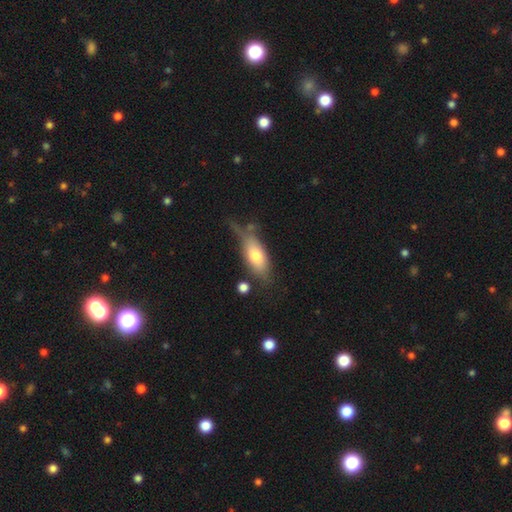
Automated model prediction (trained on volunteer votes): Overall: smooth (68%). How rounded: in between (79%). Merging: none (51%; minor disturbance 27%).